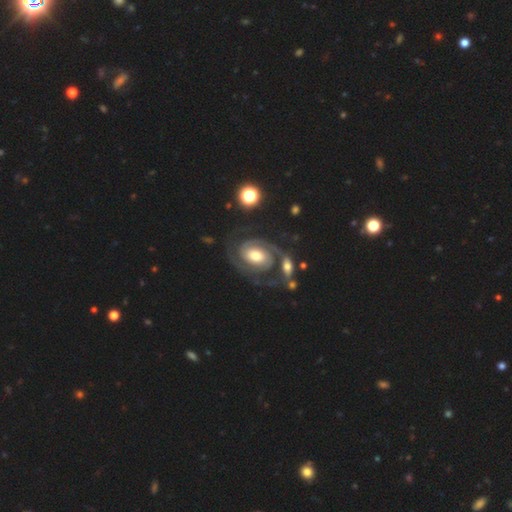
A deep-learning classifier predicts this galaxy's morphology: smooth_or_featured: featured or disk (p=0.89) [alt: smooth p=0.07]
disk_edge_on: no (p=0.97) [alt: yes p=0.03]
bar: no (p=0.57) [alt: weak p=0.29]
has_spiral_arms: yes (p=0.97) [alt: no p=0.03]
spiral_winding: tight (p=0.57) [alt: medium p=0.34]
spiral_arm_count: 2 (p=0.85) [alt: can't tell p=0.04]
bulge_size: moderate (p=0.57) [alt: large p=0.27]
merging: none (p=0.64) [alt: minor disturbance p=0.15]